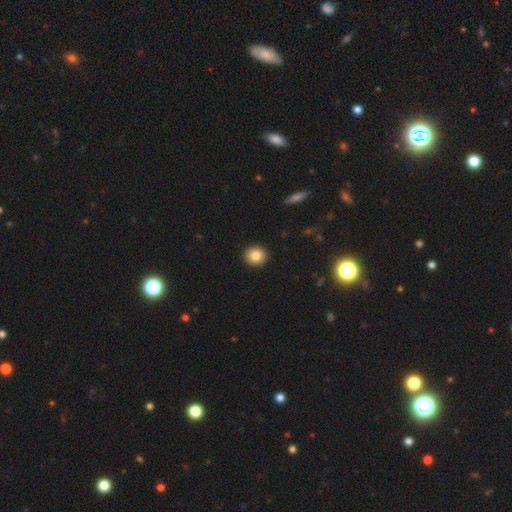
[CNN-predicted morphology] The model was most divided on "smooth or featured": smooth: 83%, star or artifact: 9%, featured or disk: 8%. More confident: merging — none (93%); how rounded — round (89%).